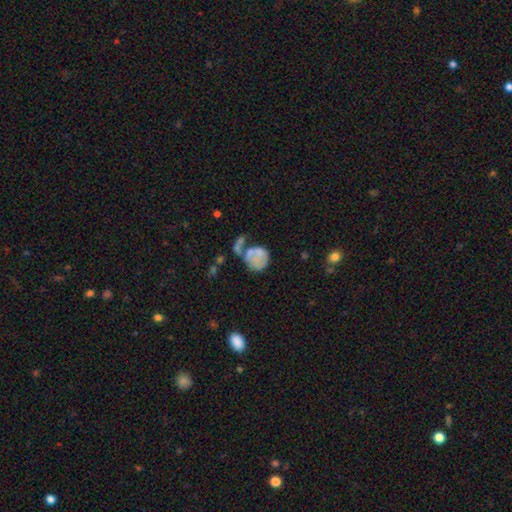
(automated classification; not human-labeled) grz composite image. It shows a smooth galaxy with no disk features (55%) that is round (61%). Merging: major disturbance (30%).